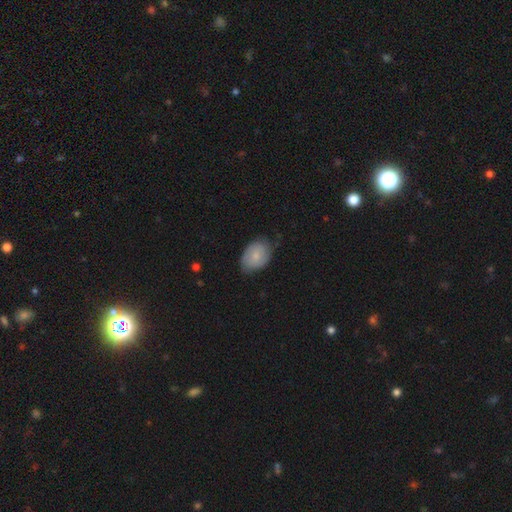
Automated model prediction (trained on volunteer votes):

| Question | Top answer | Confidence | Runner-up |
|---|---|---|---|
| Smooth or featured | smooth | 70% | featured or disk (24%) |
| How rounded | in between | 81% | round (18%) |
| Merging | none | 65% | minor disturbance (28%) |